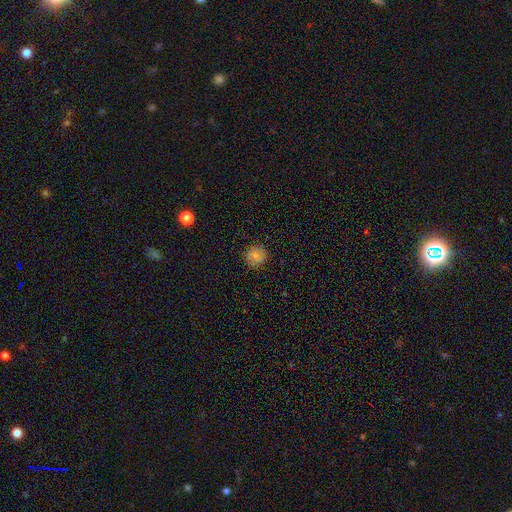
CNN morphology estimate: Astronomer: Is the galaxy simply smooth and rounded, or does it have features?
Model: smooth — 79%.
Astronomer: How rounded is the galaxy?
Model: round — 91%.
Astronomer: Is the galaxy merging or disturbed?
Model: none — 88%.